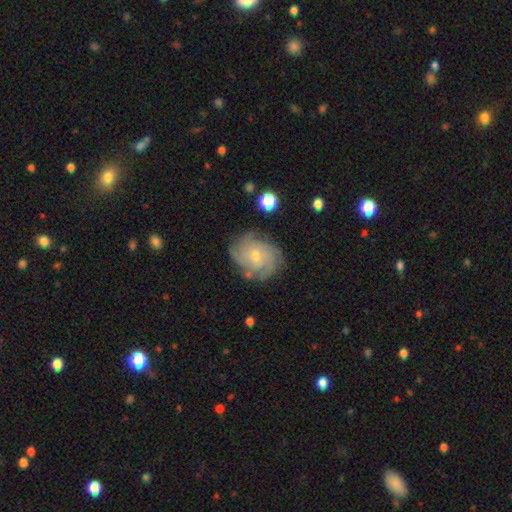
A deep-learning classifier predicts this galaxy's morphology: Overall: featured or disk (80%). Edge-on disk: no (97%). Bar: no (79%). Spiral arms: yes (95%). Spiral arm count: can't tell (29%; 4 27%). Spiral winding: tight (65%; medium 28%). Bulge size: small (64%; moderate 33%). Merging: none (79%).